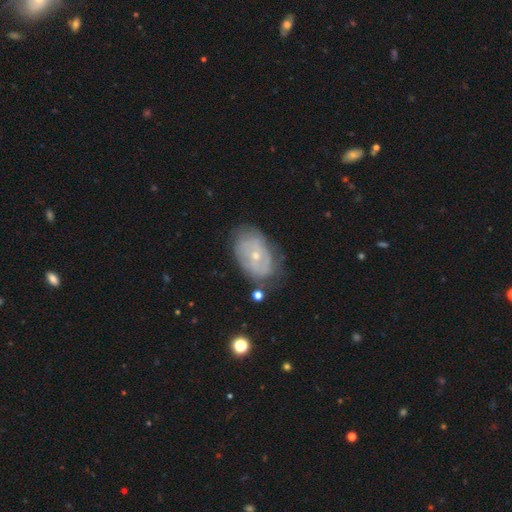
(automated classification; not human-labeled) Morphology: type=featured or disk (66%); edge-on=no (95%); bar=no (76%); spiral arms=yes (64%); bulge=small (68%); merging=none (65%).